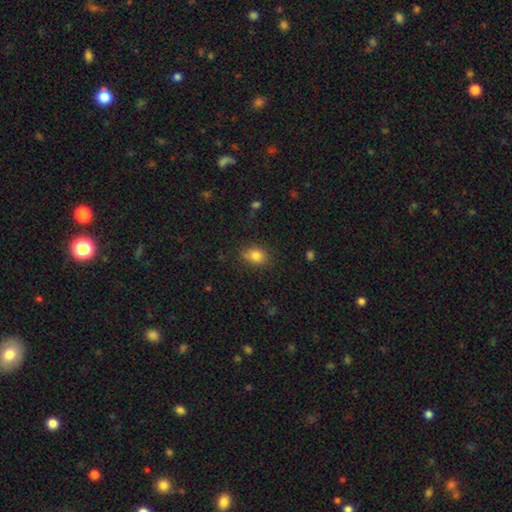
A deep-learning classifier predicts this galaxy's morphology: A smooth galaxy with no disk features (82%) that is in between round and cigar-shaped (61%).

Vote fractions:
- Smooth or featured? smooth: 82% / star or artifact: 10% / featured or disk: 7%
- How rounded? in between: 61% / round: 38% / cigar-shaped: 1%
- Merging? none: 80% / minor disturbance: 15% / major disturbance: 4% / merger: 1%